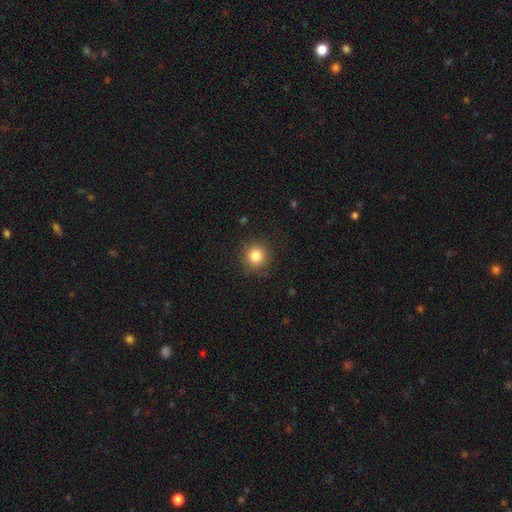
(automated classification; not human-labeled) A smooth galaxy with no disk features (83%) that is round (93%).

Vote fractions:
- Smooth or featured? smooth: 83% / star or artifact: 11% / featured or disk: 6%
- How rounded? round: 93% / in between: 6% / cigar-shaped: 1%
- Merging? none: 89% / minor disturbance: 8% / major disturbance: 3% / merger: 1%